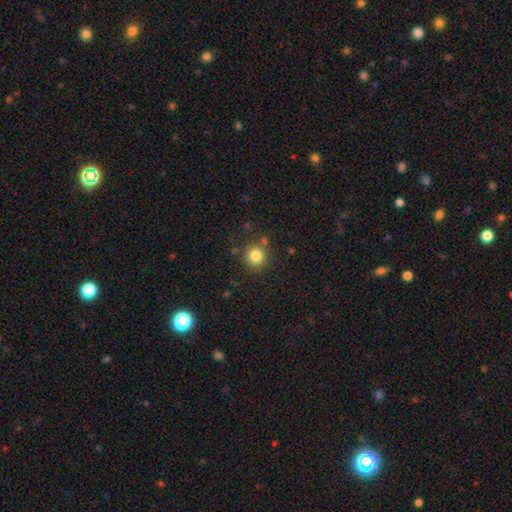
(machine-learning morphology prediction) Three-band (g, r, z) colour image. It shows a smooth galaxy with no disk features (82%) that is round (90%). Merging: none (81%).